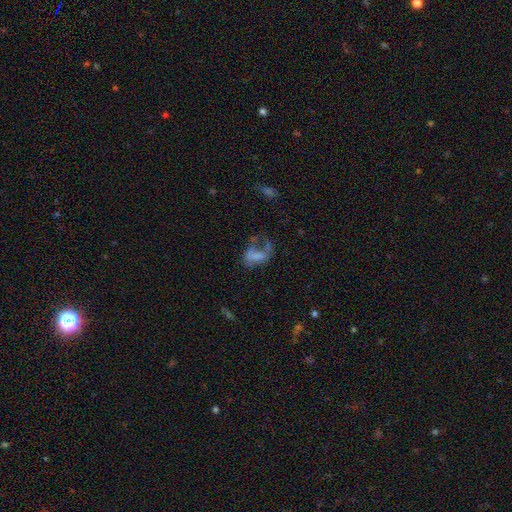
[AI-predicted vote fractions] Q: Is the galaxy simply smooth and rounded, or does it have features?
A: featured or disk — 44%.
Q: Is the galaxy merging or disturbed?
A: major disturbance — 54%.